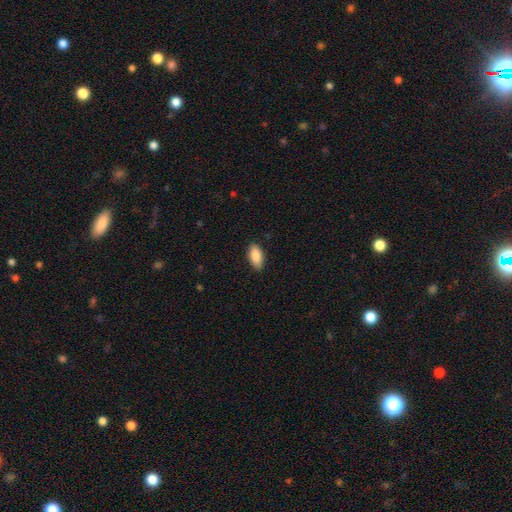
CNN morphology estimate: smooth 89%, star or artifact 6%, featured or disk 5%. Down the decision tree: how rounded — in between (90%); merging — none (87%).